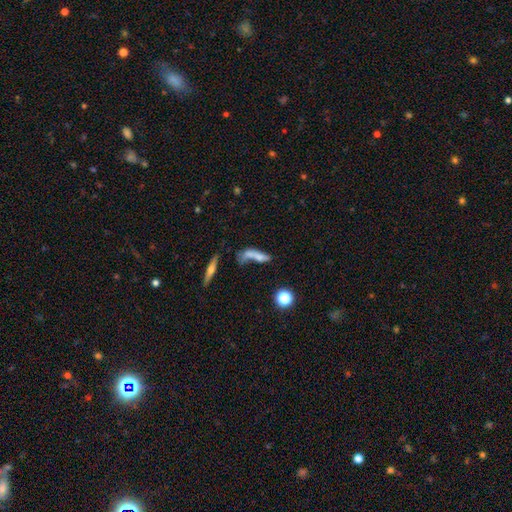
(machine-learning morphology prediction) The model was most divided on "merging": merger: 39%, none: 25%, major disturbance: 22%, minor disturbance: 13%. More confident: smooth or featured — smooth (56%); how rounded — cigar-shaped (54%).